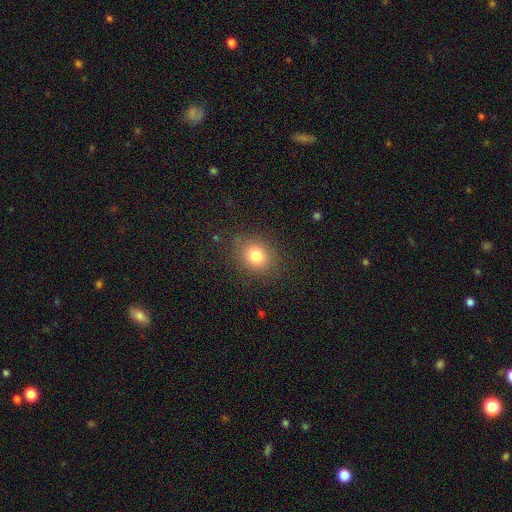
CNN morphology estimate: smooth 80%, star or artifact 11%, featured or disk 9%. Down the decision tree: how rounded — round (58%); merging — none (82%).